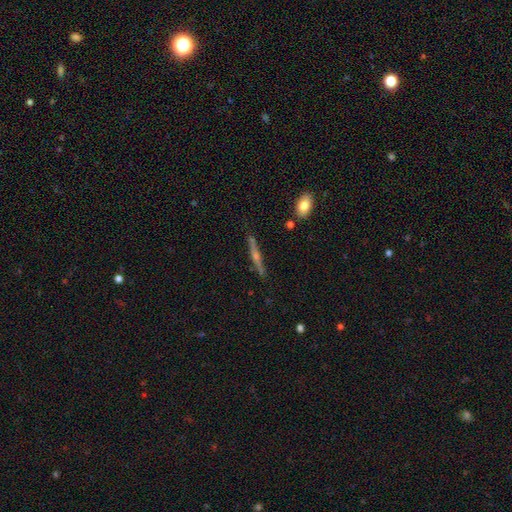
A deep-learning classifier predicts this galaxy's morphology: featured or disk 72%, smooth 20%, star or artifact 8%. Down the decision tree: edge-on disk — yes (97%); edge-on bulge — rounded (84%); merging — none (87%).